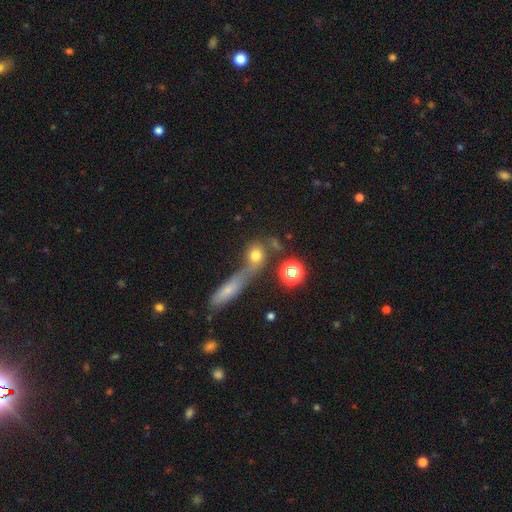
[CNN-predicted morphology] This appears to be a smooth galaxy with no disk features (69%) that is round (64%). Merging: none (46%).